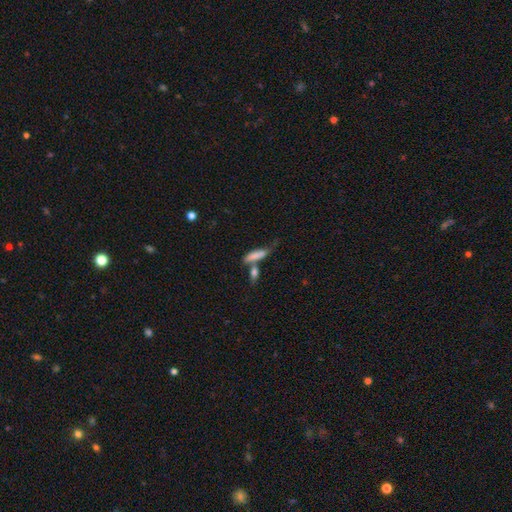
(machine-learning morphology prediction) Smooth or featured? smooth (76%)
How rounded? cigar-shaped (64%)
Merging? none (39%)